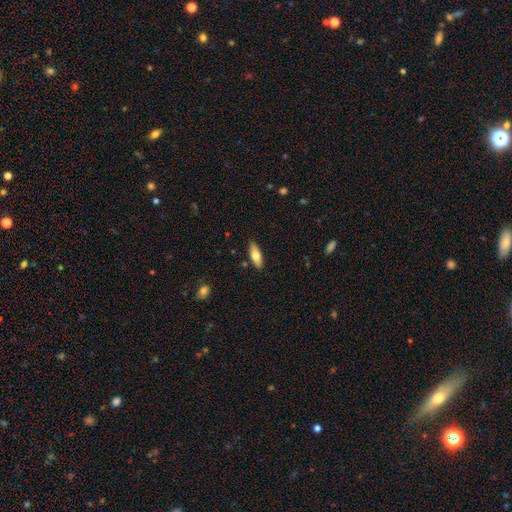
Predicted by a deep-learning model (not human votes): This appears to be a smooth galaxy with no disk features (67%) that is in between round and cigar-shaped (64%). Merging: none (88%).